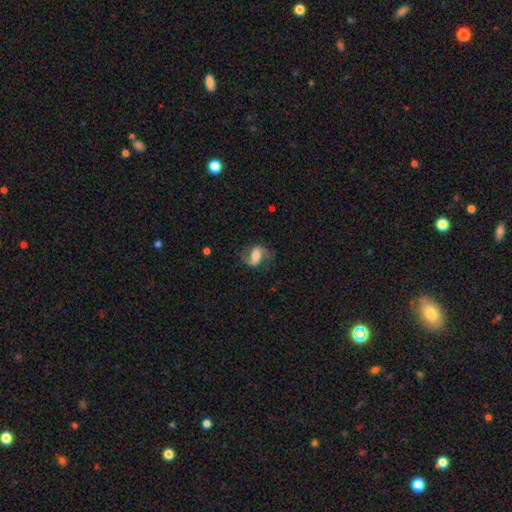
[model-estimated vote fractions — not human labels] featured or disk 77%, smooth 17%, star or artifact 7%. Down the decision tree: edge-on disk — no (97%); bar — weak (39%); spiral arms — yes (94%); spiral arm count — 2 (91%); spiral winding — medium (46%); bulge size — moderate (48%); merging — none (75%).